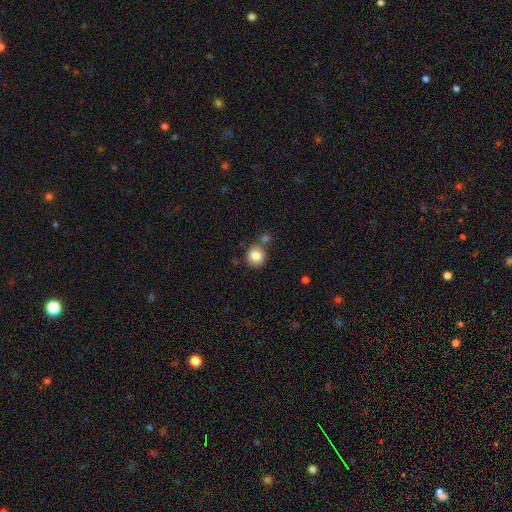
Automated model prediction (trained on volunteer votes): Smooth or featured: smooth — 85% (star or artifact — 9%)
How rounded: round — 87% (in between — 12%)
Merging: none — 73% (merger — 13%)